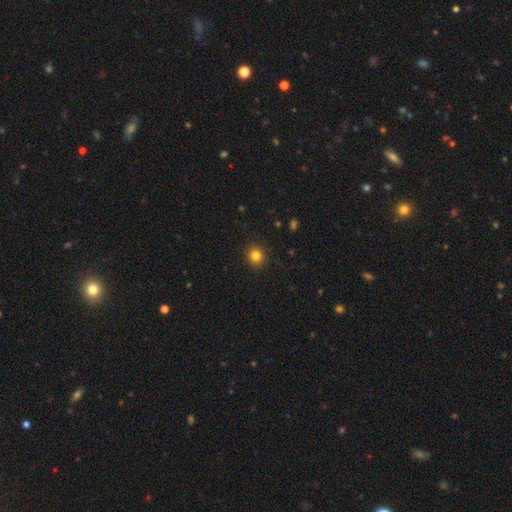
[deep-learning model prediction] Smooth or featured?
  - smooth: 82% *
  - star or artifact: 12%
  - featured or disk: 5%
How rounded?
  - round: 89% *
  - in between: 10%
  - cigar-shaped: 1%
Merging?
  - none: 92% *
  - minor disturbance: 6%
  - major disturbance: 2%
  - merger: 1%